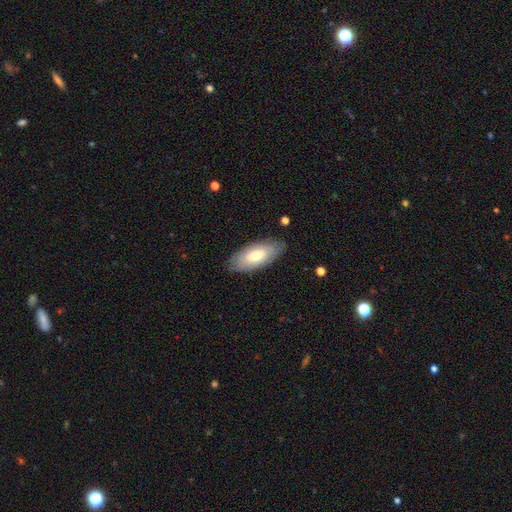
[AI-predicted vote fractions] smooth 62%, featured or disk 32%, star or artifact 6%. Down the decision tree: how rounded — in between (88%); merging — none (80%).